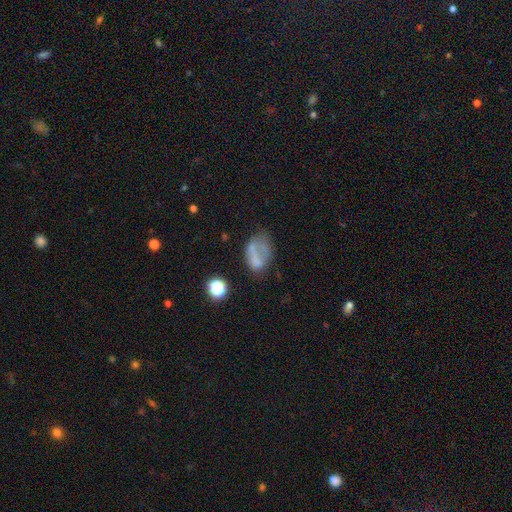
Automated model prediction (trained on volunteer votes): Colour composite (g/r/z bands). It shows a smooth galaxy with no disk features (53%) that is in between round and cigar-shaped (79%). Merging: none (39%).